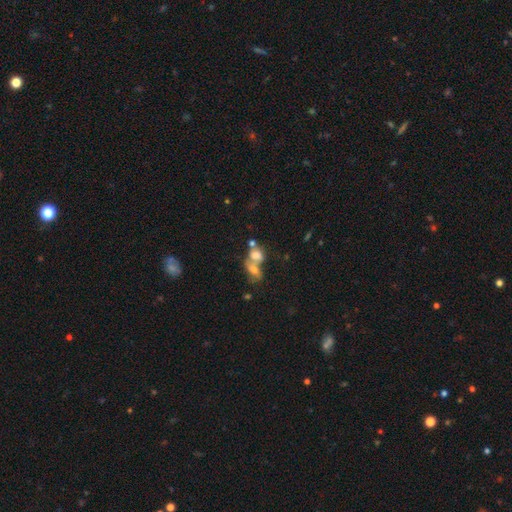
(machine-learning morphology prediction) smooth-or-featured: smooth: 67% | featured or disk: 20% | star or artifact: 13%
  how-rounded: in between: 70% | round: 27% | cigar-shaped: 3%
  merging: merger: 68% | none: 18% | minor disturbance: 7% | major disturbance: 7%